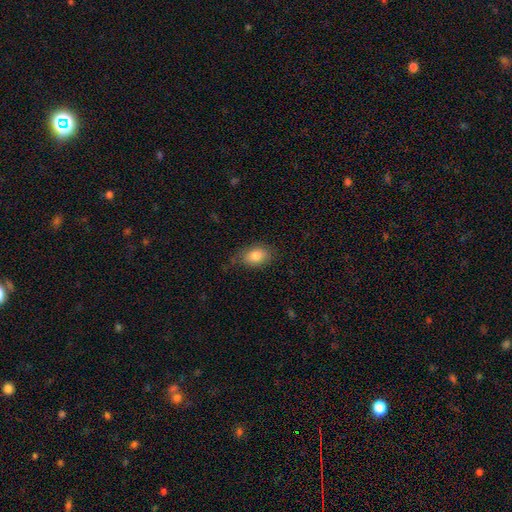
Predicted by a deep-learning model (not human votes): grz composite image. It shows a smooth galaxy with no disk features (83%) that is in between round and cigar-shaped (86%). Merging: none (74%).